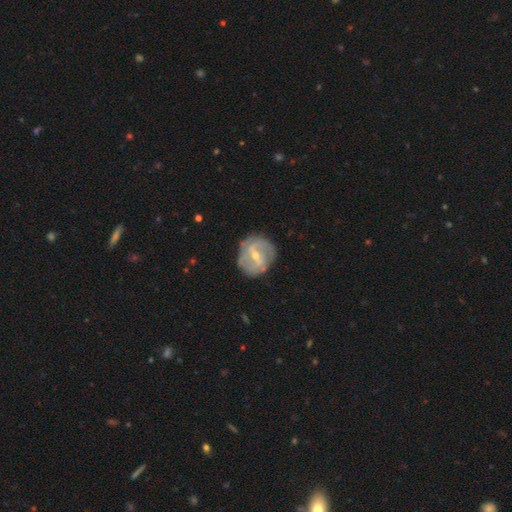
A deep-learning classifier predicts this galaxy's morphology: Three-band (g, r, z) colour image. It shows a featured or disk galaxy (78%) with a weak bar (52%), 2 (60%) medium (42%) spiral arms (86%) and a small central bulge (51%). Merging: none (74%).